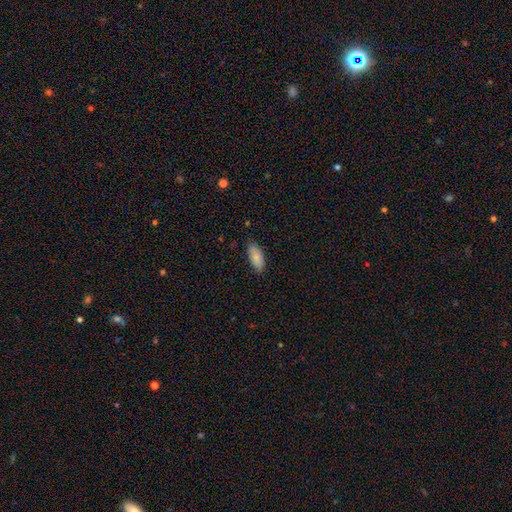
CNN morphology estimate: type=smooth (82%); roundness=in between (83%); merging=none (85%).